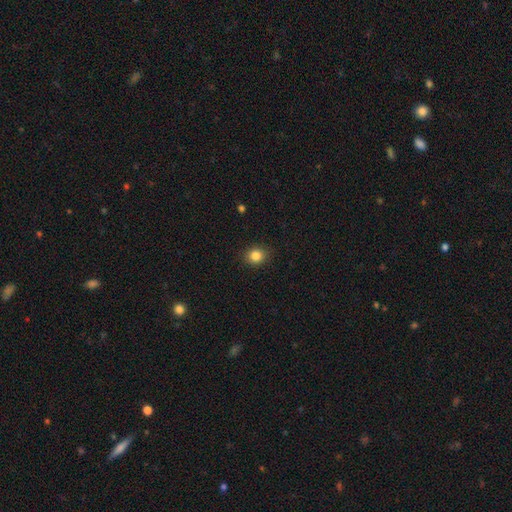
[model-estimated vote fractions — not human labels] A smooth galaxy with no disk features (84%) that is round (74%). Merging: none (89%).